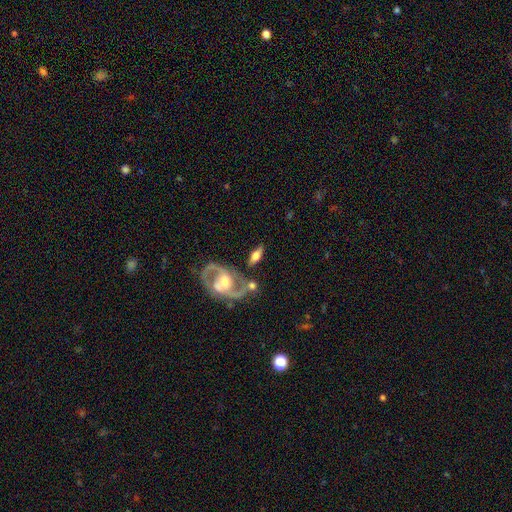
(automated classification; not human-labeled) The model was most divided on "smooth or featured": featured or disk: 52%, smooth: 42%, star or artifact: 6%. More confident: edge-on disk — no (64%); merging — none (61%).